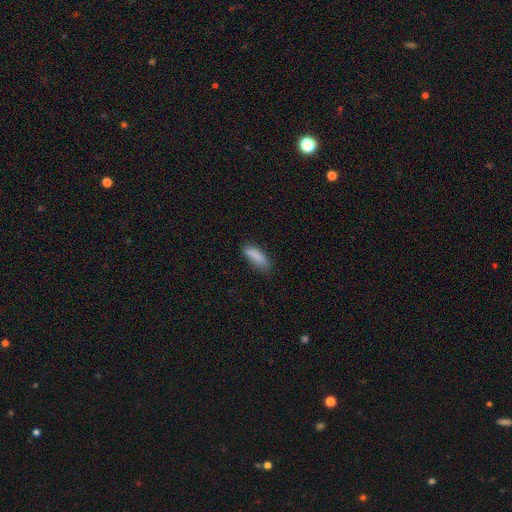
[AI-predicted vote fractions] The model was most divided on "how rounded": in between: 52%, cigar-shaped: 46%, round: 2%. More confident: smooth or featured — smooth (87%); merging — none (75%).